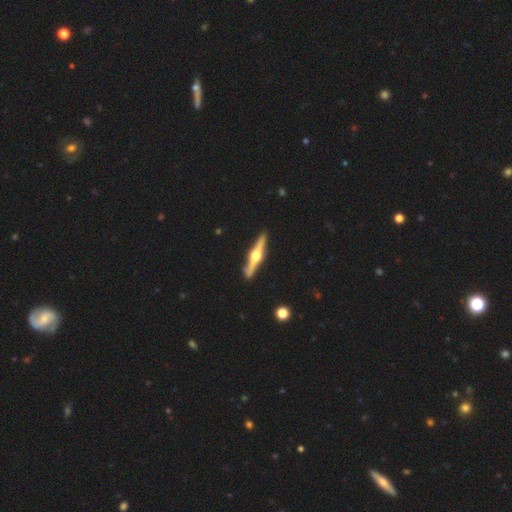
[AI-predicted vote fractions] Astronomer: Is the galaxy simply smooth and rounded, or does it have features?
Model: featured or disk — 81%.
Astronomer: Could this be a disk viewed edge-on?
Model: yes — 98%.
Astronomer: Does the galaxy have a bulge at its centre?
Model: rounded — 96%.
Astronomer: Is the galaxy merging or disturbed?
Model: none — 90%.